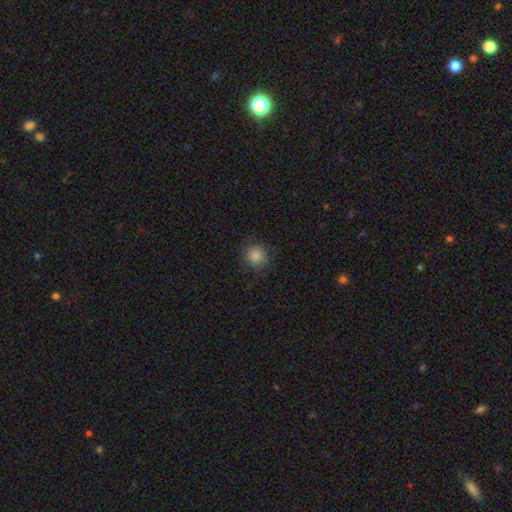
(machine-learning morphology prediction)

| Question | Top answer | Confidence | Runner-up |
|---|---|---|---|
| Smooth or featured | smooth | 86% | star or artifact (11%) |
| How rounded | round | 87% | in between (12%) |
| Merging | none | 86% | minor disturbance (10%) |